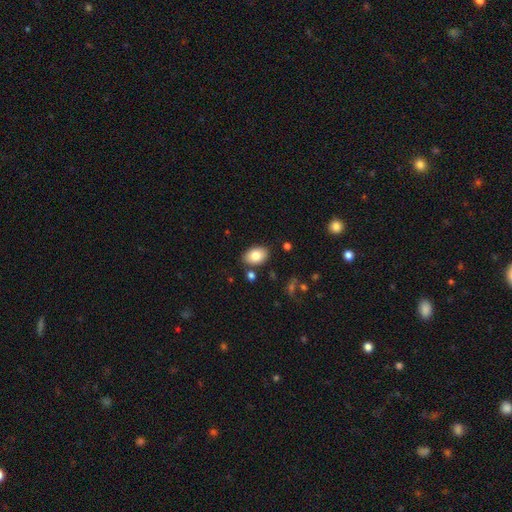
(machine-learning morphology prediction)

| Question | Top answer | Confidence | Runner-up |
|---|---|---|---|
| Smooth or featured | smooth | 82% | featured or disk (11%) |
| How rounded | in between | 87% | round (12%) |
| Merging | none | 83% | minor disturbance (11%) |